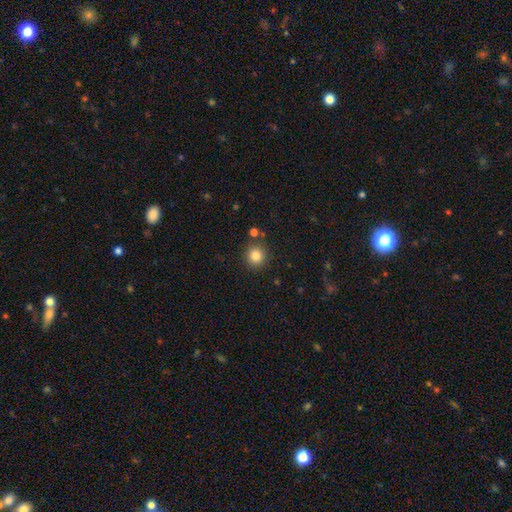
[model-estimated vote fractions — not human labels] Smooth or featured?
  - smooth: 83% *
  - star or artifact: 11%
  - featured or disk: 6%
How rounded?
  - round: 91% *
  - in between: 8%
  - cigar-shaped: 1%
Merging?
  - none: 84% *
  - minor disturbance: 8%
  - merger: 5%
  - major disturbance: 3%